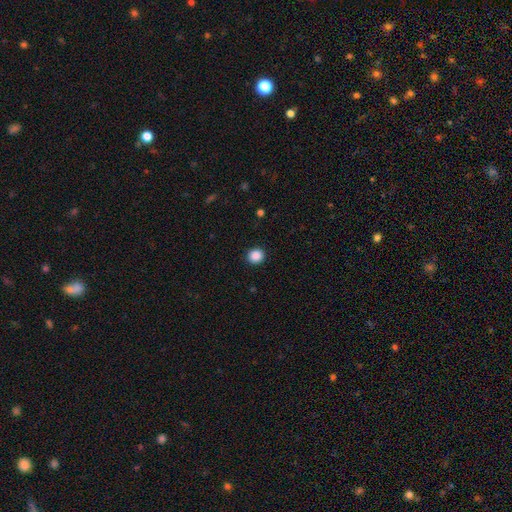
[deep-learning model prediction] Overall: smooth (88%). How rounded: round (88%). Merging: none (92%).